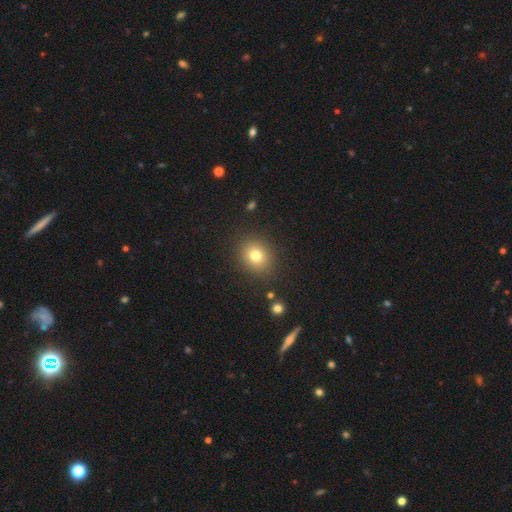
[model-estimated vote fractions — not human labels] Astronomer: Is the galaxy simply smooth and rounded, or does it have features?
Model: smooth — 79%.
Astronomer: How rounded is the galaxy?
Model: round — 70%.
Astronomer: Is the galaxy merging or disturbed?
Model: none — 87%.